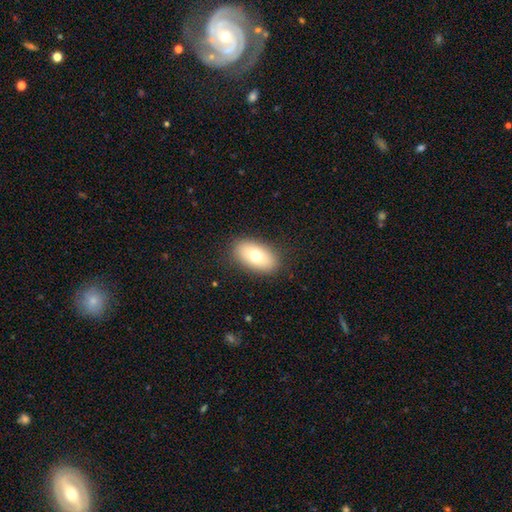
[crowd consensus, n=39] smooth-or-featured: smooth: 82% | featured or disk: 18% | star or artifact: 0%
  how-rounded: in between: 88% | round: 12% | cigar-shaped: 0%
  merging: none: 92% | minor disturbance: 8% | major disturbance: 0% | merger: 0%